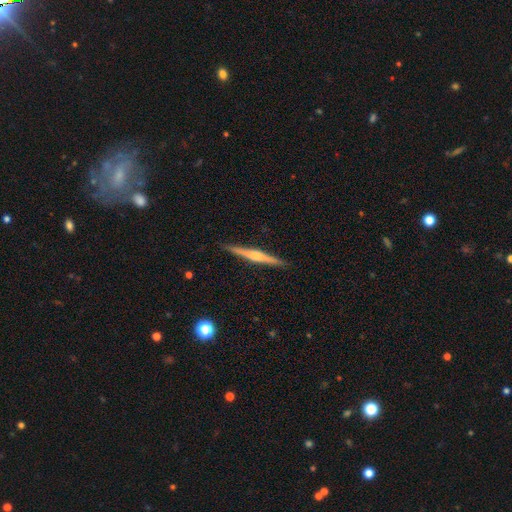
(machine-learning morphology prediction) Smooth or featured? featured or disk (72%)
Edge-on disk? yes (98%)
Edge-on bulge? rounded (75%)
Merging? none (91%)